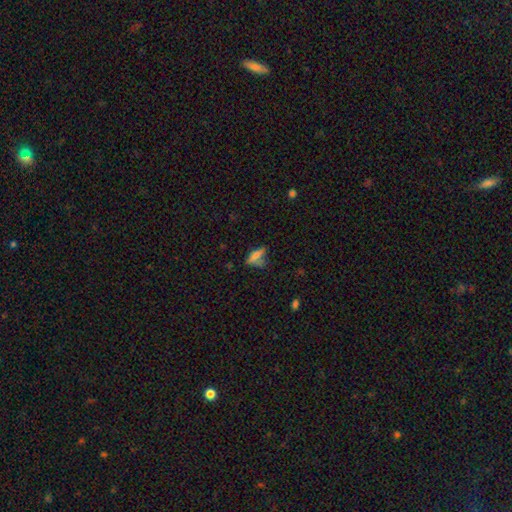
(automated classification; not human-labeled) Morphology: type=smooth (65%); roundness=cigar-shaped (48%); merging=none (46%).